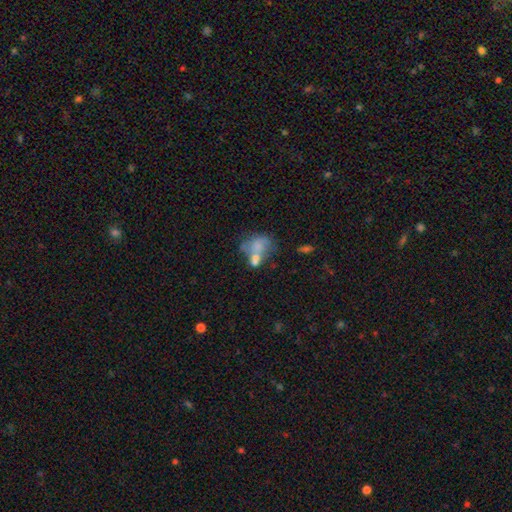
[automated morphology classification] This is possibly a smooth galaxy (55%). How rounded: likely in between (72%). Merging: possibly merger (46%).